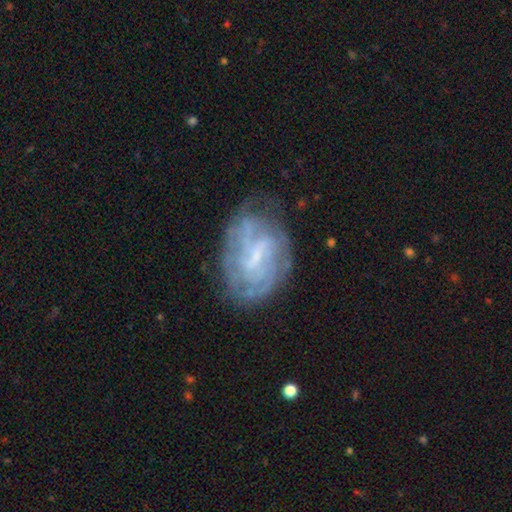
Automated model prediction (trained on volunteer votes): This appears to be a featured or disk galaxy (78%) with a weak bar (54%), tight (57%) spiral arms (83%) and a small central bulge (51%). Merging: none (65%).